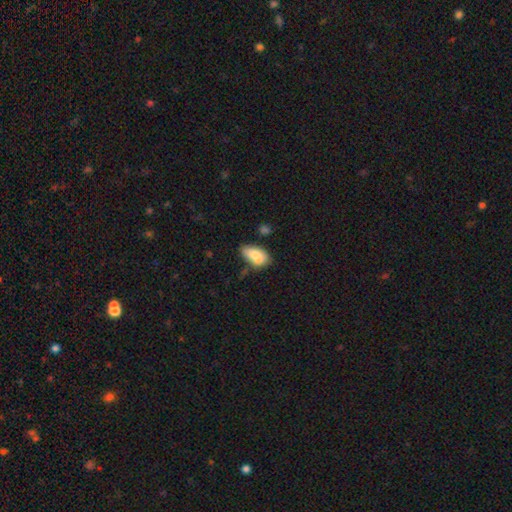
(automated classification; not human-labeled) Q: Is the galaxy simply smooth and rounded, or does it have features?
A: smooth — 79%.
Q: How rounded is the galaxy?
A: in between — 92%.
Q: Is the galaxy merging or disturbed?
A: none — 54%.